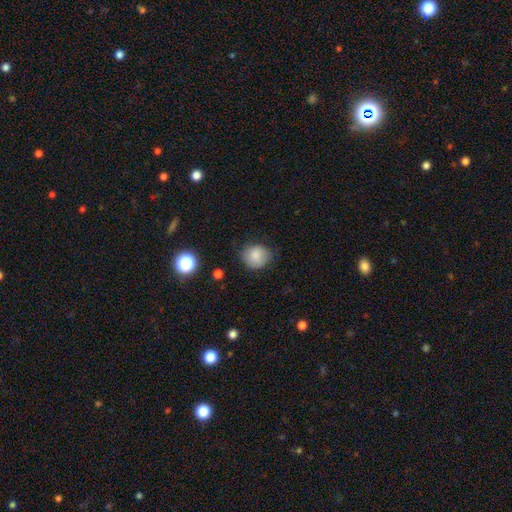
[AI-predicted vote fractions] Morphology: type=smooth (84%); roundness=round (78%); merging=none (72%).